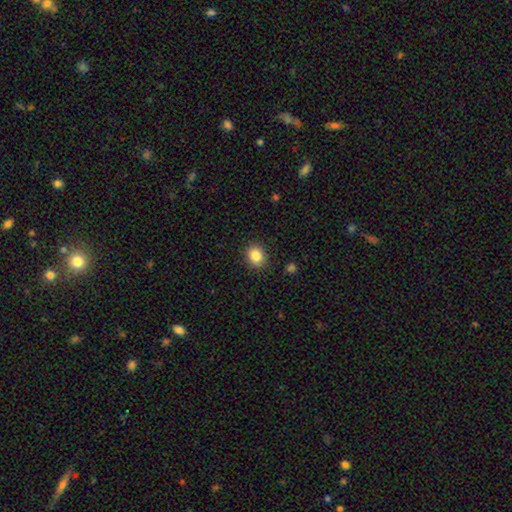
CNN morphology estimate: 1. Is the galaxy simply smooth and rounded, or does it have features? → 86% smooth, 10% star or artifact, 5% featured or disk.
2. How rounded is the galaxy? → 56% round, 43% in between, 1% cigar-shaped.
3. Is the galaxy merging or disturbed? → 88% none, 8% minor disturbance, 3% major disturbance, 1% merger.